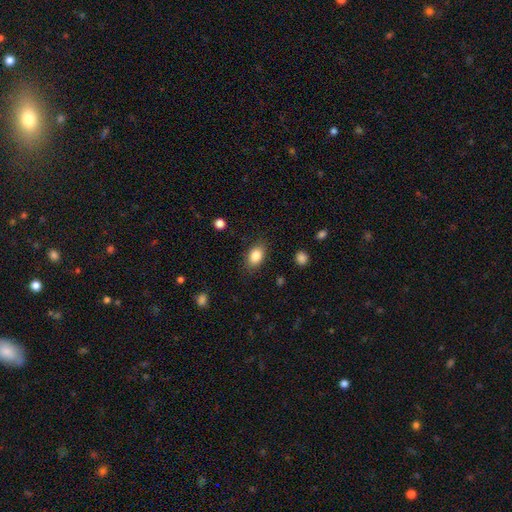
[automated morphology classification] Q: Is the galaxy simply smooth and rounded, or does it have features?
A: smooth — 86%.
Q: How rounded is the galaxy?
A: in between — 85%.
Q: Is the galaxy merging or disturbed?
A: none — 84%.